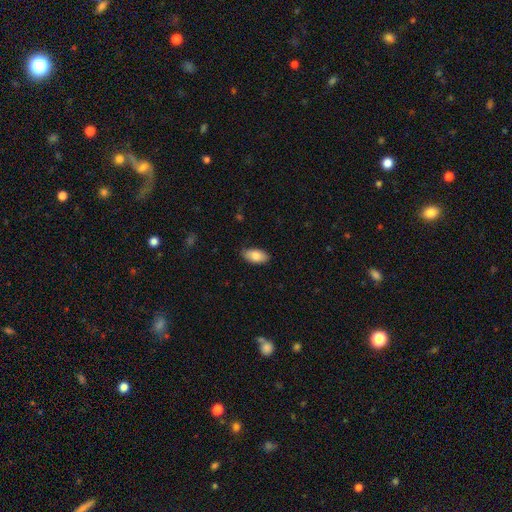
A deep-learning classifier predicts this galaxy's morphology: Smooth or featured? Predicted: smooth (p=0.85). How rounded? Predicted: in between (p=0.94). Merging? Predicted: none (p=0.84).